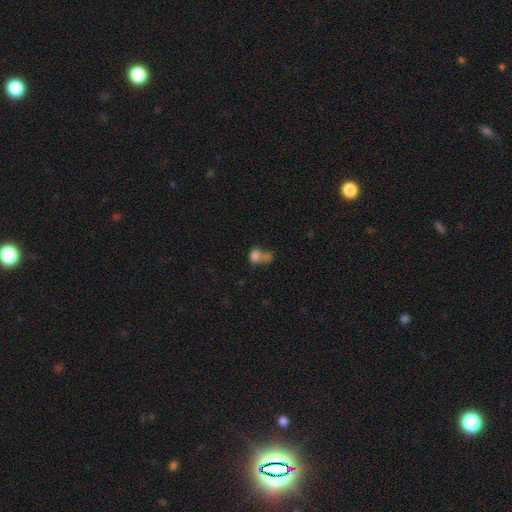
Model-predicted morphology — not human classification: Smooth or featured: smooth — 76% (star or artifact — 12%)
How rounded: in between — 69% (round — 29%)
Merging: merger — 59% (none — 23%)